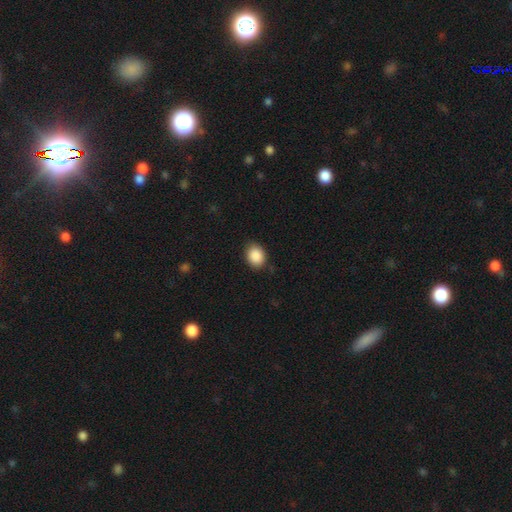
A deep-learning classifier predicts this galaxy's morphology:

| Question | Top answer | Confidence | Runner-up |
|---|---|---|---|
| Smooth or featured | smooth | 89% | star or artifact (8%) |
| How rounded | in between | 53% | round (46%) |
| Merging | none | 85% | minor disturbance (11%) |